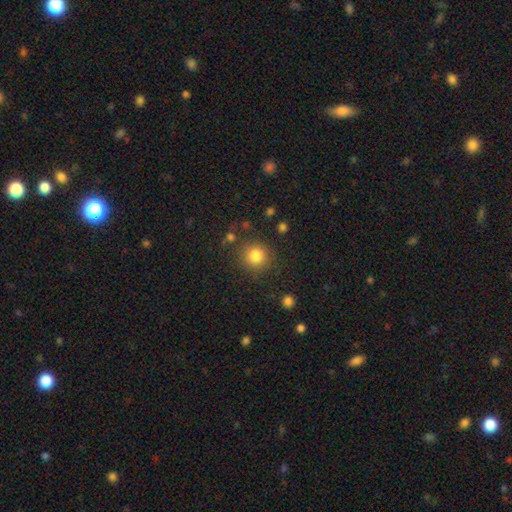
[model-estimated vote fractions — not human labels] The model was most divided on "smooth or featured": smooth: 83%, star or artifact: 11%, featured or disk: 6%. More confident: how rounded — round (91%); merging — none (83%).